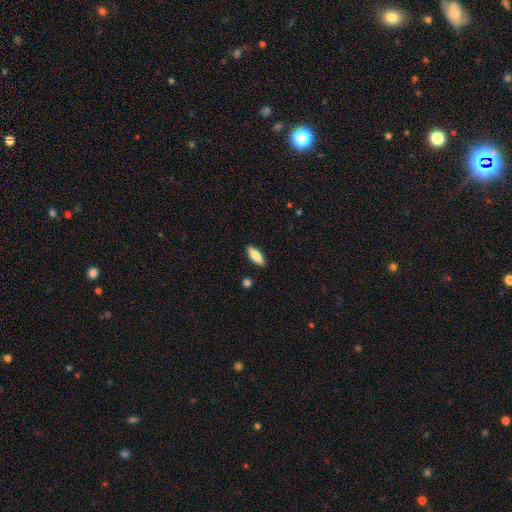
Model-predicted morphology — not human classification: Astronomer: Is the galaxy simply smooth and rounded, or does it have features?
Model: smooth — 80%.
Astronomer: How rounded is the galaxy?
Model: in between — 63%.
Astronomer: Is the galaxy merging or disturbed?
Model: none — 89%.